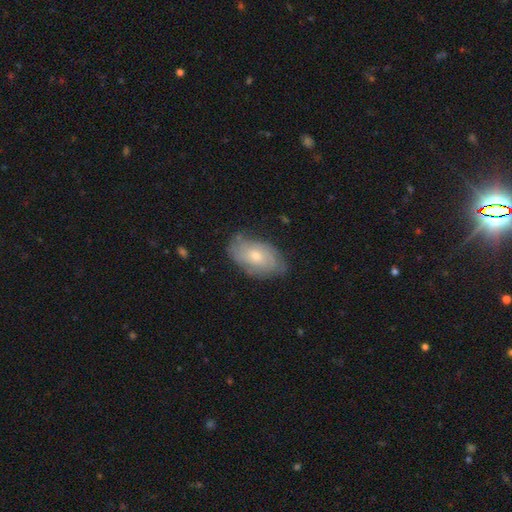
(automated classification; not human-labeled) Morphology: type=featured or disk (52%); edge-on=no (93%); merging=none (70%).